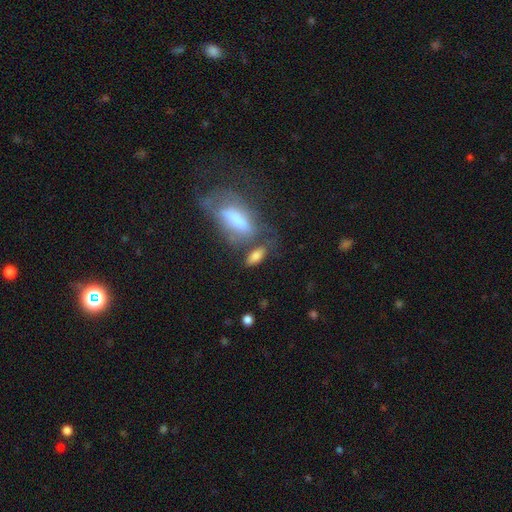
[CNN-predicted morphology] smooth 77%, featured or disk 15%, star or artifact 8%. Down the decision tree: how rounded — in between (74%); merging — none (51%).